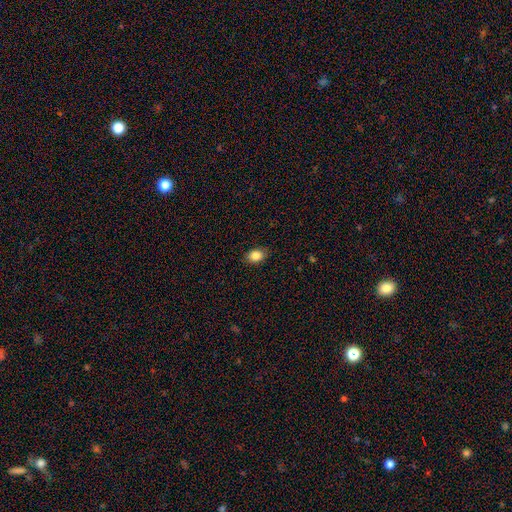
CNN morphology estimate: A smooth galaxy with no disk features (86%) that is in between round and cigar-shaped (69%).

Vote fractions:
- Smooth or featured? smooth: 86% / star or artifact: 9% / featured or disk: 5%
- How rounded? in between: 69% / round: 29% / cigar-shaped: 1%
- Merging? none: 87% / minor disturbance: 10% / major disturbance: 2% / merger: 1%